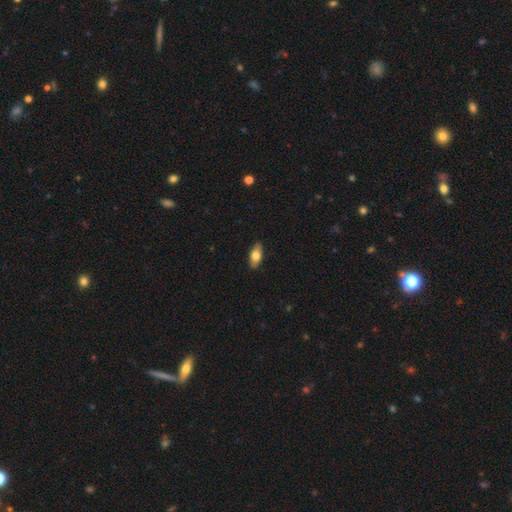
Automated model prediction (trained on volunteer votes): Q: Smooth or featured?
A: smooth (72%); runner-up: featured or disk (22%)
Q: How rounded?
A: in between (85%); runner-up: cigar-shaped (12%)
Q: Merging?
A: none (88%); runner-up: minor disturbance (9%)